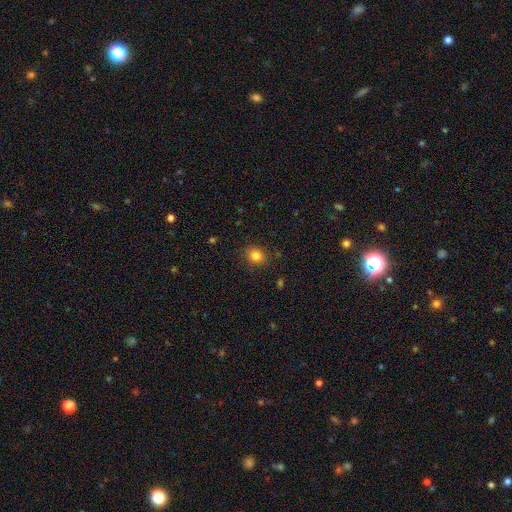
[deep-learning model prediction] This appears to be a smooth galaxy with no disk features (83%) that is round (74%). Merging: none (88%).